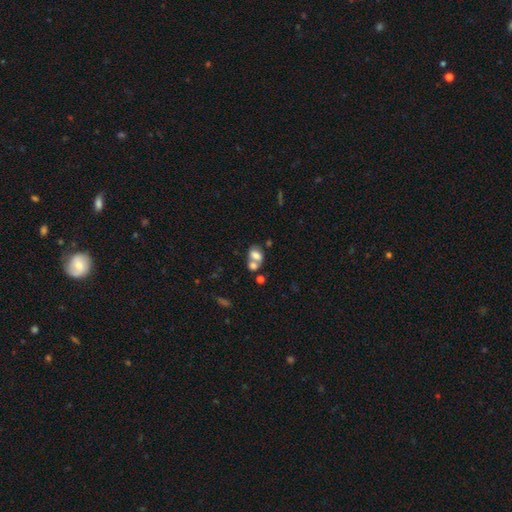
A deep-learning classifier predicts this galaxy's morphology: smooth-or-featured: smooth: 70% | featured or disk: 19% | star or artifact: 11%
  how-rounded: in between: 75% | round: 24% | cigar-shaped: 2%
  merging: merger: 53% | none: 30% | minor disturbance: 11% | major disturbance: 6%